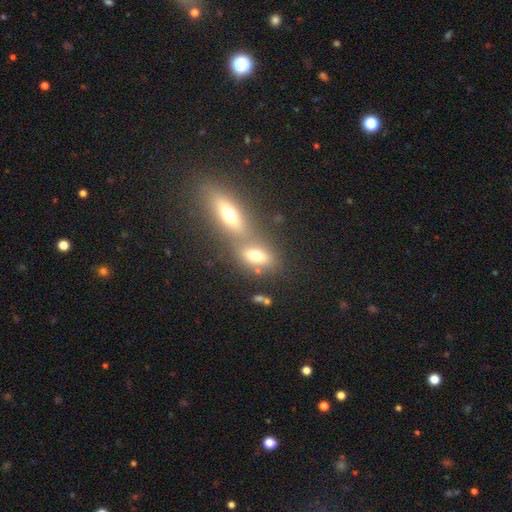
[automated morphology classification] Overall: smooth (69%). How rounded: in between (76%). Merging: merger (44%; none 43%).